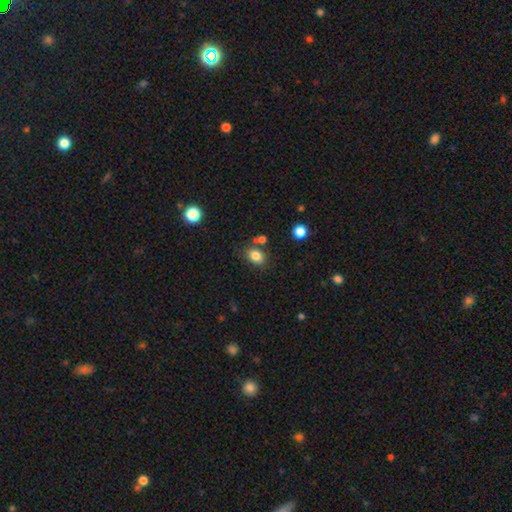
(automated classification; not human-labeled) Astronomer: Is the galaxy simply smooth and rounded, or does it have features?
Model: smooth — 82%.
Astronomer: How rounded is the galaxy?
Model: in between — 66%.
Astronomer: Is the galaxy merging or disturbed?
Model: none — 72%.